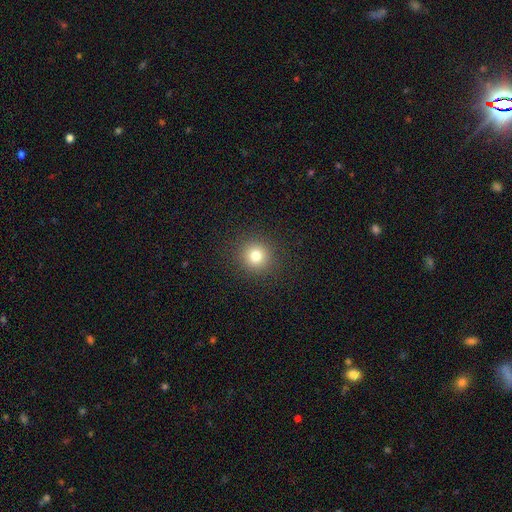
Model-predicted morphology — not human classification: smooth 79%, star or artifact 14%, featured or disk 7%. Down the decision tree: how rounded — round (93%); merging — none (91%).